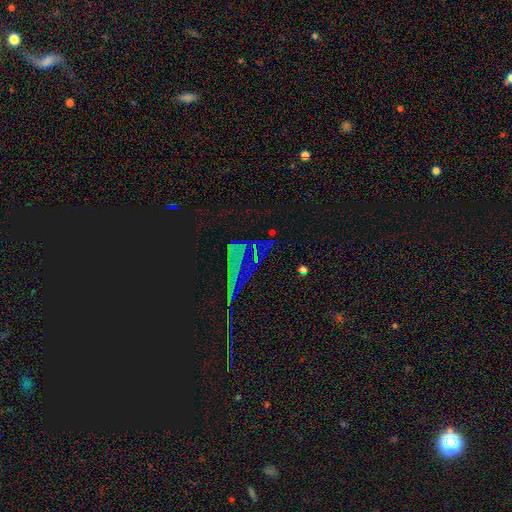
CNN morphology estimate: Q: Smooth or featured?
A: star or artifact (73%); runner-up: smooth (14%)